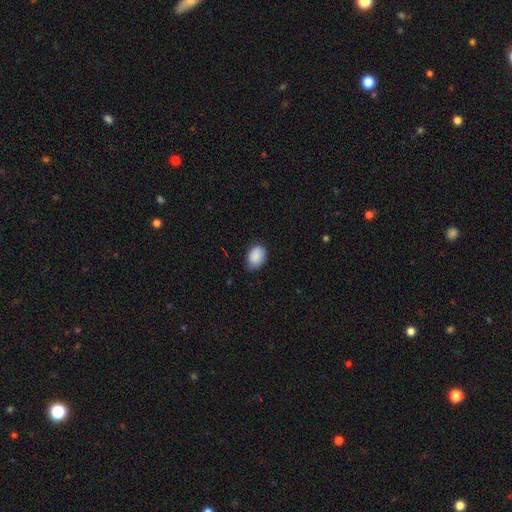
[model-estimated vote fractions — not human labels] smooth 89%, star or artifact 7%, featured or disk 4%. Down the decision tree: how rounded — in between (82%); merging — none (69%).